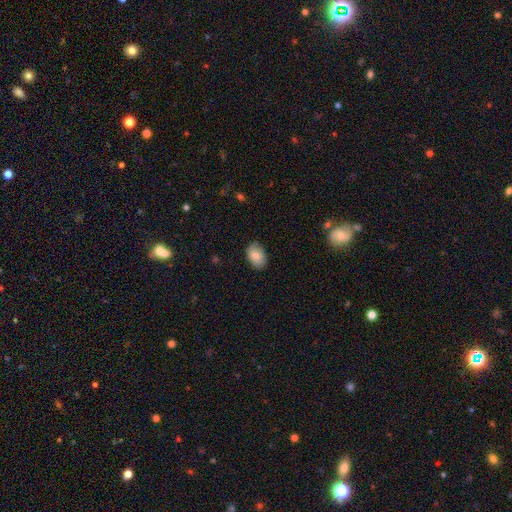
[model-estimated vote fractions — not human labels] This is clearly a smooth galaxy (85%). How rounded: clearly in between (87%). Merging: clearly none (85%).